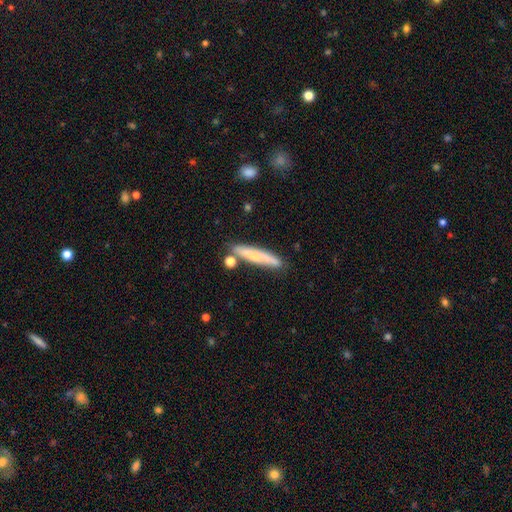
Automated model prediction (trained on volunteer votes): A smooth galaxy with no disk features (64%) that is cigar-shaped (92%). Merging: none (76%).